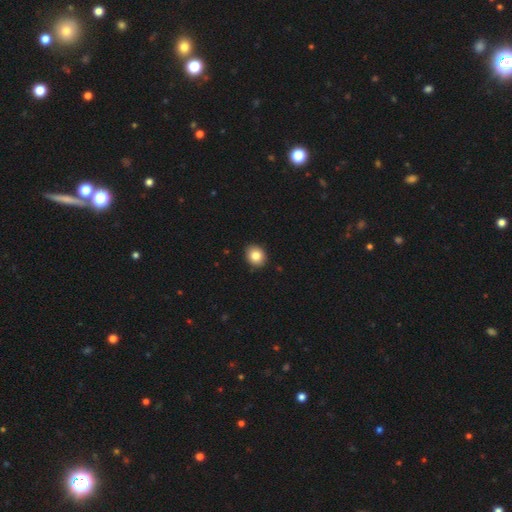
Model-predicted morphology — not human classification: type=smooth (84%); roundness=round (63%); merging=none (91%).